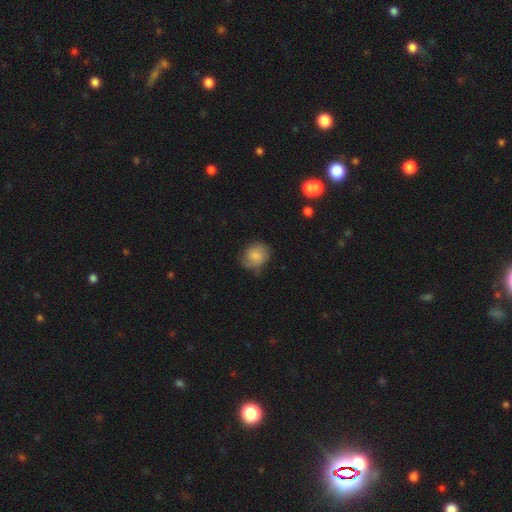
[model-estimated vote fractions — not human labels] Smooth or featured? Predicted: smooth (p=0.65). How rounded? Predicted: round (p=0.67). Merging? Predicted: none (p=0.64).